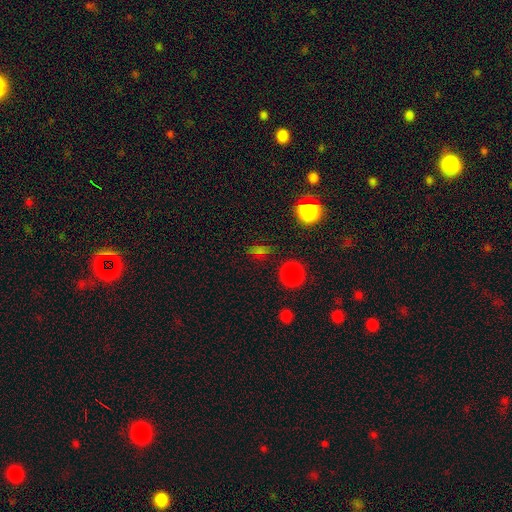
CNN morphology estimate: smooth 53%, star or artifact 39%, featured or disk 8%. Down the decision tree: how rounded — in between (48%); merging — none (83%).